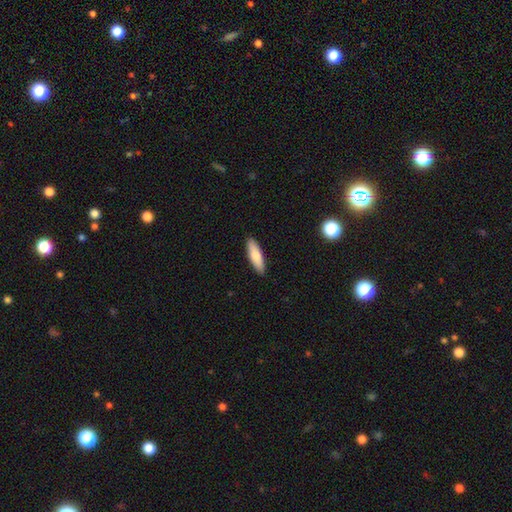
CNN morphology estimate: This appears to be a smooth galaxy with no disk features (79%) that is cigar-shaped (56%). Merging: none (90%).